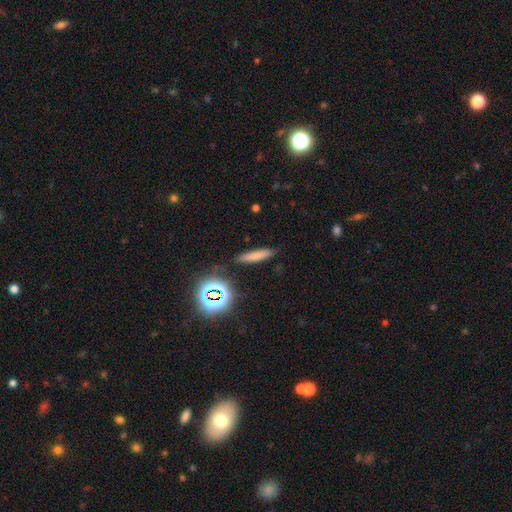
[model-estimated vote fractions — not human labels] Smooth or featured? smooth (70%)
How rounded? cigar-shaped (83%)
Merging? none (84%)